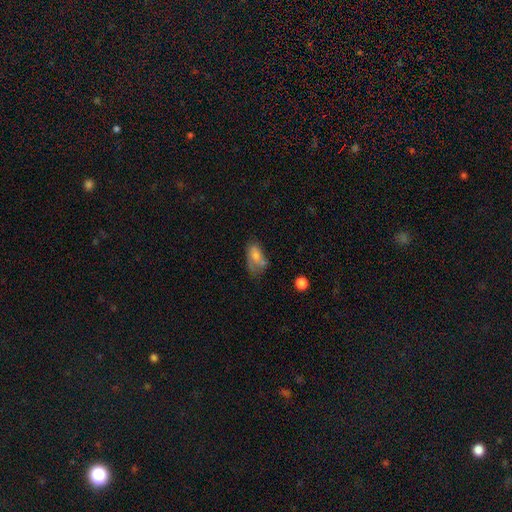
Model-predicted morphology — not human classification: smooth-or-featured: smooth: 61% | featured or disk: 28% | star or artifact: 11%
  how-rounded: in between: 88% | round: 7% | cigar-shaped: 5%
  merging: none: 39% | minor disturbance: 31% | major disturbance: 22% | merger: 7%